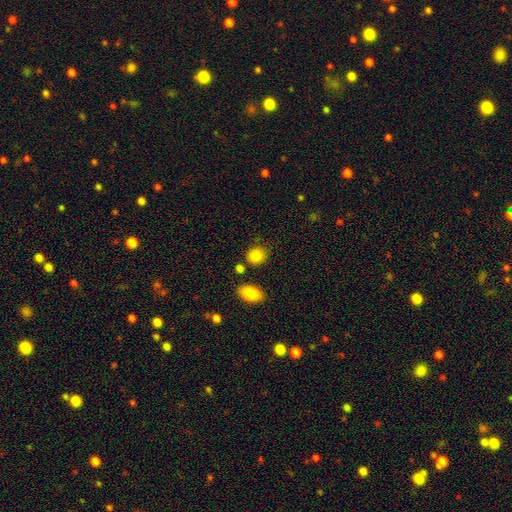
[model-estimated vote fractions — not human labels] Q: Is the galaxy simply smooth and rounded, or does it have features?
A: smooth — 86%.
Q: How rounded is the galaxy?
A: round — 72%.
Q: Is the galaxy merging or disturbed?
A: none — 77%.